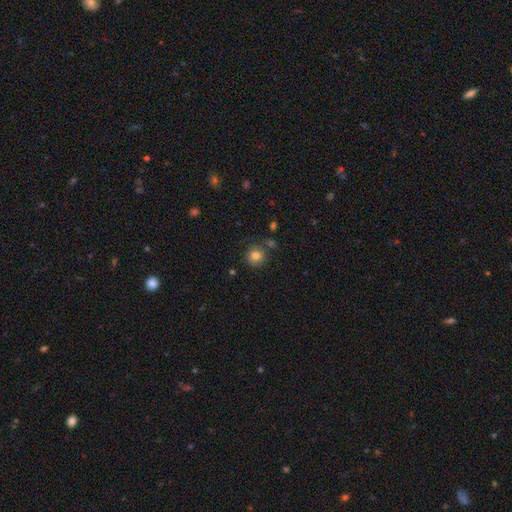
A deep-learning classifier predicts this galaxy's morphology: type=smooth (82%); roundness=round (92%); merging=none (79%).